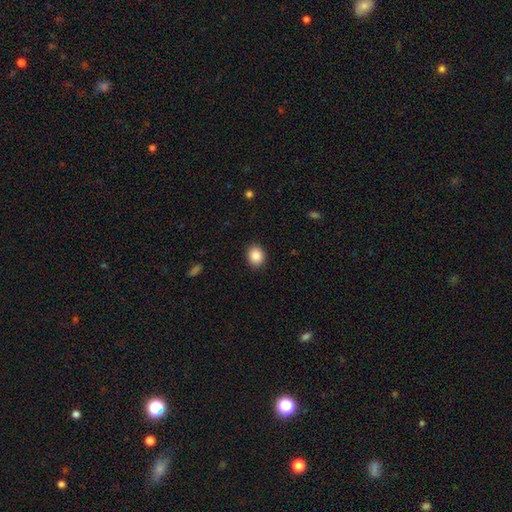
Smooth or featured? smooth (92%)
How rounded? round (56%)
Merging? none (97%)